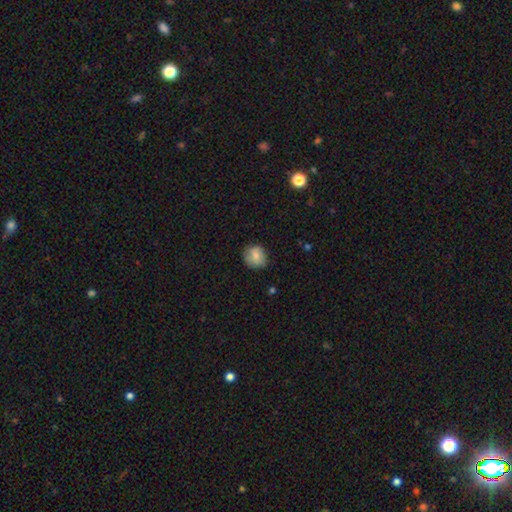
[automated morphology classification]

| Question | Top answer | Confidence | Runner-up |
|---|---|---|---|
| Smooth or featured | smooth | 76% | featured or disk (17%) |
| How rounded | round | 76% | in between (23%) |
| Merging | none | 75% | minor disturbance (20%) |